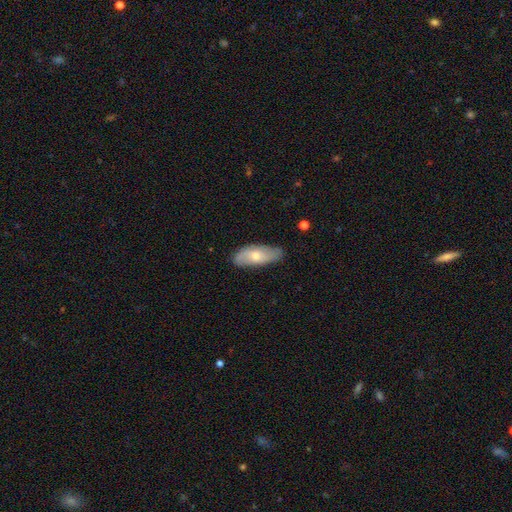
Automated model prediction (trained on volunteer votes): Morphology: type=smooth (59%); roundness=in between (81%); merging=none (74%).